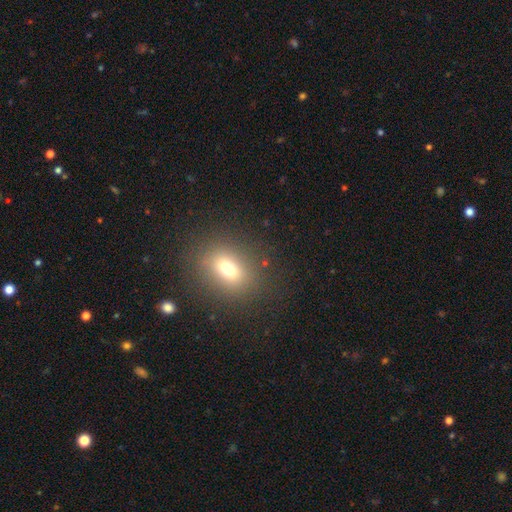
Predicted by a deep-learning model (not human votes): This is likely a smooth galaxy (65%). How rounded: possibly in between (57%). Merging: clearly none (89%).